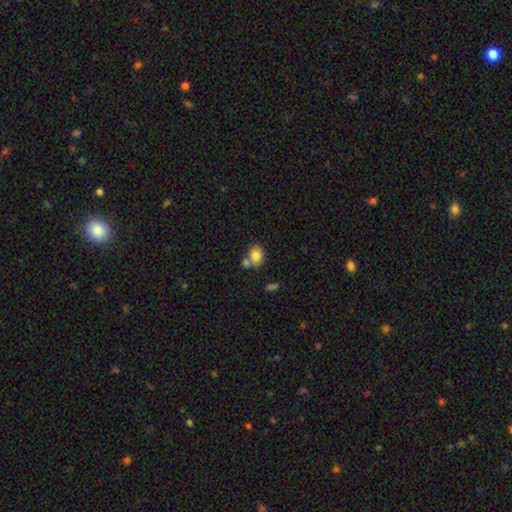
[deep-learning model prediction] A smooth galaxy with no disk features (82%) that is in between round and cigar-shaped (54%).

Vote fractions:
- Smooth or featured? smooth: 82% / featured or disk: 9% / star or artifact: 9%
- How rounded? in between: 54% / round: 45% / cigar-shaped: 1%
- Merging? none: 47% / merger: 36% / minor disturbance: 13% / major disturbance: 4%